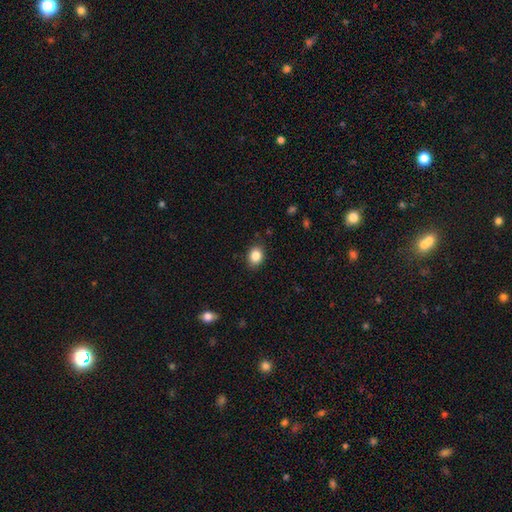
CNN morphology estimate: This appears to be a smooth galaxy with no disk features (85%) that is in between round and cigar-shaped (57%). Merging: none (88%).